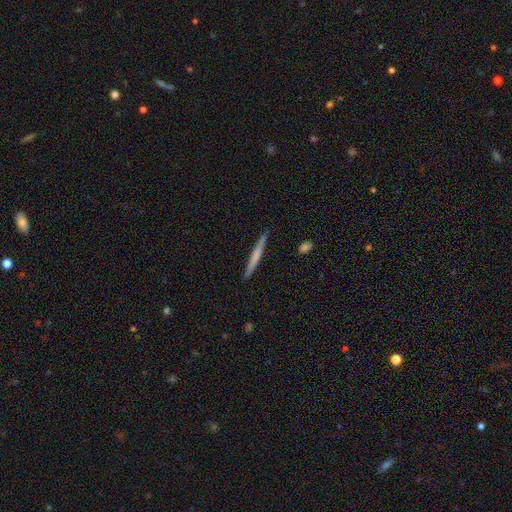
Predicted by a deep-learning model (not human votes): Q: Smooth or featured?
A: smooth (52%); runner-up: featured or disk (42%)
Q: How rounded?
A: cigar-shaped (97%); runner-up: in between (2%)
Q: Merging?
A: none (91%); runner-up: minor disturbance (7%)